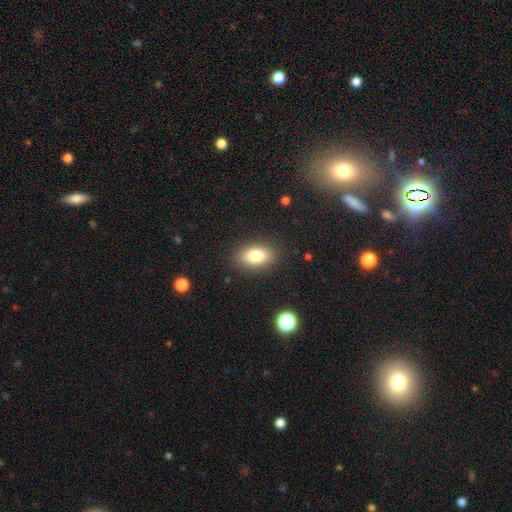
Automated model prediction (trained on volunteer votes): Smooth or featured? Predicted: smooth (p=0.80). How rounded? Predicted: in between (p=0.86). Merging? Predicted: none (p=0.87).